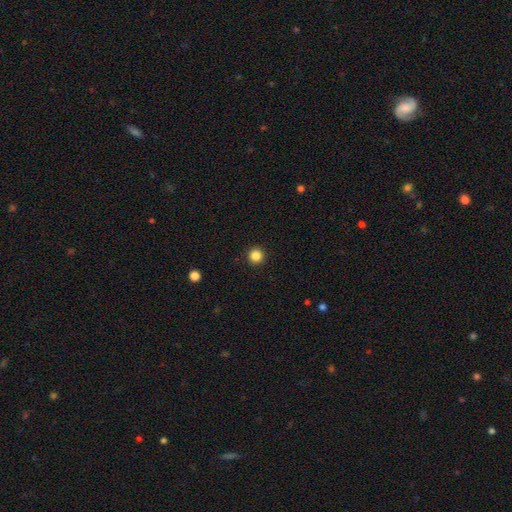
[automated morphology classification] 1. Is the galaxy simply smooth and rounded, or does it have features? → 85% smooth, 12% star or artifact, 3% featured or disk.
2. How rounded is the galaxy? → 96% round, 3% in between, 1% cigar-shaped.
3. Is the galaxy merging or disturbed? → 93% none, 4% minor disturbance, 2% major disturbance, 1% merger.